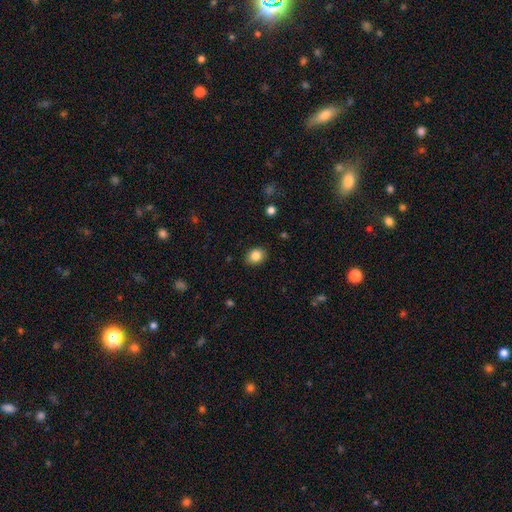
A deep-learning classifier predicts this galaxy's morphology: Smooth or featured? smooth (85%)
How rounded? in between (50%)
Merging? none (88%)